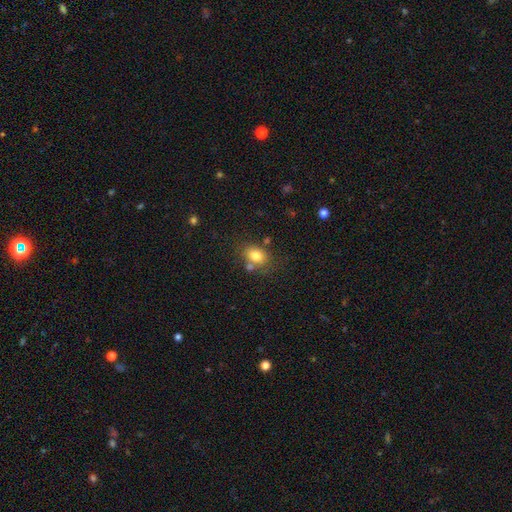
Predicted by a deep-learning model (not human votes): Smooth or featured: smooth — 79% (featured or disk — 11%)
How rounded: in between — 67% (round — 32%)
Merging: none — 67% (minor disturbance — 15%)